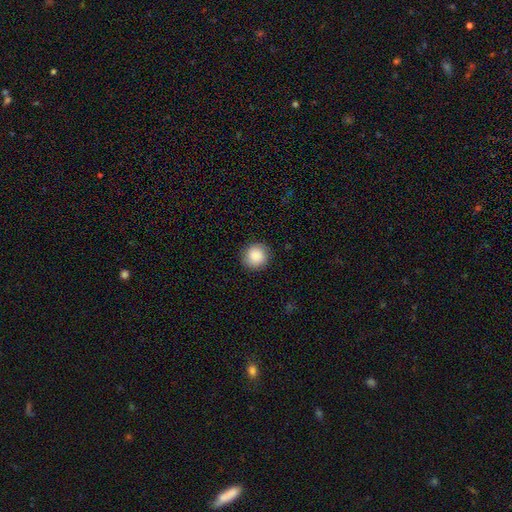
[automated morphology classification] Overall: smooth (87%). How rounded: round (92%). Merging: none (89%).